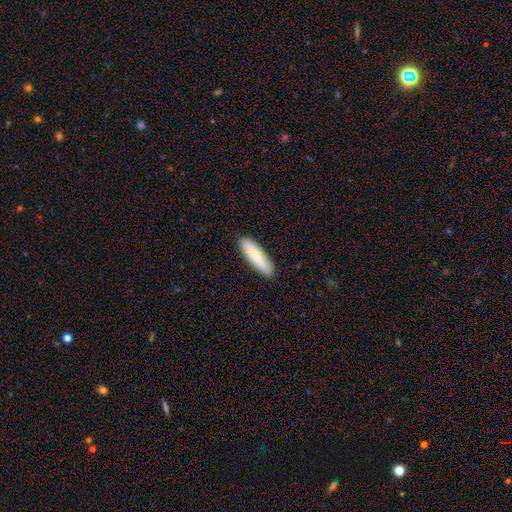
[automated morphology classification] Smooth or featured? Predicted: smooth (p=0.70). How rounded? Predicted: cigar-shaped (p=0.57). Merging? Predicted: none (p=0.85).